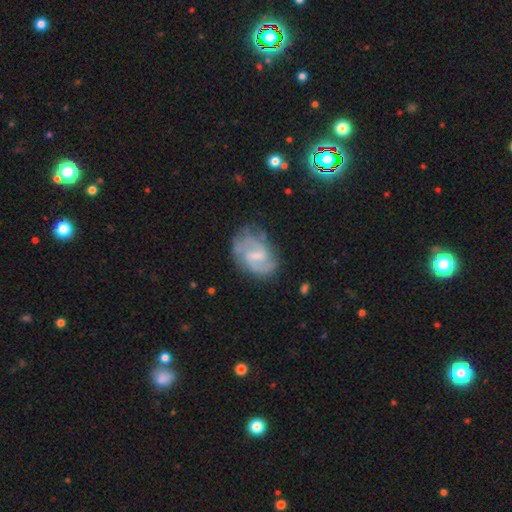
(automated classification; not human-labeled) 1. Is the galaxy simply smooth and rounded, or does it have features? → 78% featured or disk, 15% smooth, 6% star or artifact.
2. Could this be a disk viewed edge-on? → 97% no, 3% yes.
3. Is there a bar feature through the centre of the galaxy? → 62% weak, 19% no, 19% strong.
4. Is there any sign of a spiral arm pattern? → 92% yes, 8% no.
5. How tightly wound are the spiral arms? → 50% medium, 27% tight, 24% loose.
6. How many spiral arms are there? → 75% 2, 13% can't tell, 5% 3, 4% 1, 2% 4, 1% more than 4.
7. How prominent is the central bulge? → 45% small, 29% moderate, 23% none, 3% large, 1% dominant.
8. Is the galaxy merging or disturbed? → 67% none, 22% minor disturbance, 9% major disturbance, 2% merger.